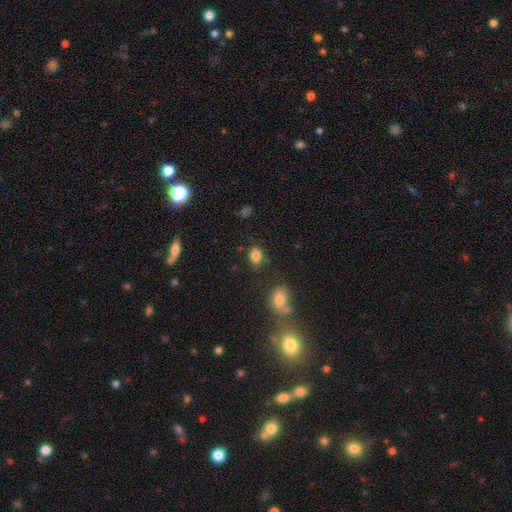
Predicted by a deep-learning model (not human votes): Smooth or featured: smooth — 83% (star or artifact — 11%)
How rounded: in between — 74% (round — 24%)
Merging: none — 75% (minor disturbance — 15%)